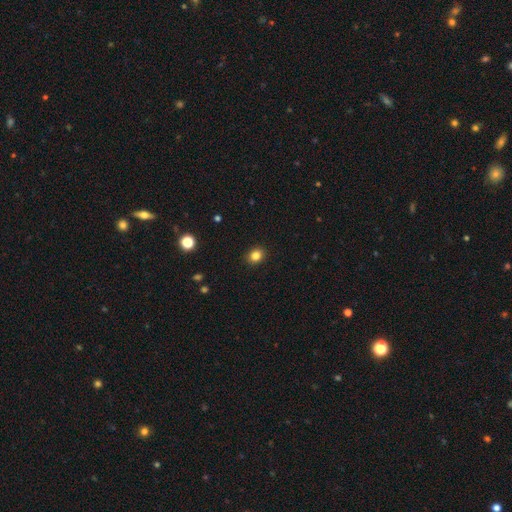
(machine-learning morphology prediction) smooth_or_featured: smooth (p=0.84) [alt: star or artifact p=0.12]
how_rounded: round (p=0.66) [alt: in between p=0.33]
merging: none (p=0.91) [alt: minor disturbance p=0.06]